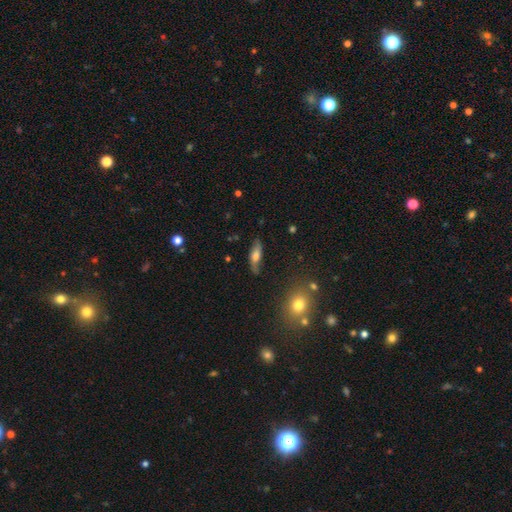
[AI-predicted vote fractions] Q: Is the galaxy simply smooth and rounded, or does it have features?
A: featured or disk — 50%.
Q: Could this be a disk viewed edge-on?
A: no — 52%.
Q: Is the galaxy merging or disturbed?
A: none — 74%.